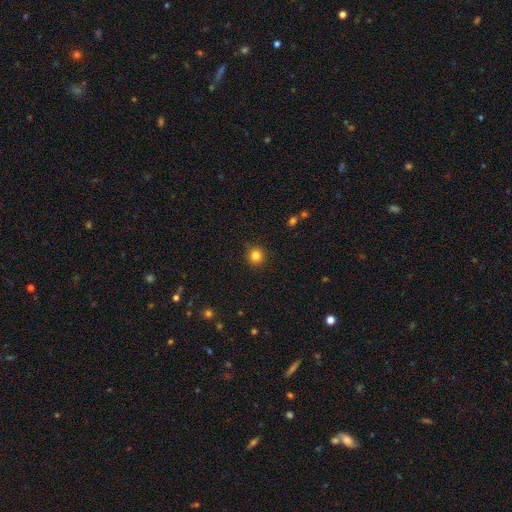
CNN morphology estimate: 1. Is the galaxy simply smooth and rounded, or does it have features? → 84% smooth, 11% star or artifact, 4% featured or disk.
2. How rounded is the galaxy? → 94% round, 5% in between, 1% cigar-shaped.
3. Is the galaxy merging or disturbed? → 90% none, 7% minor disturbance, 2% major disturbance, 1% merger.